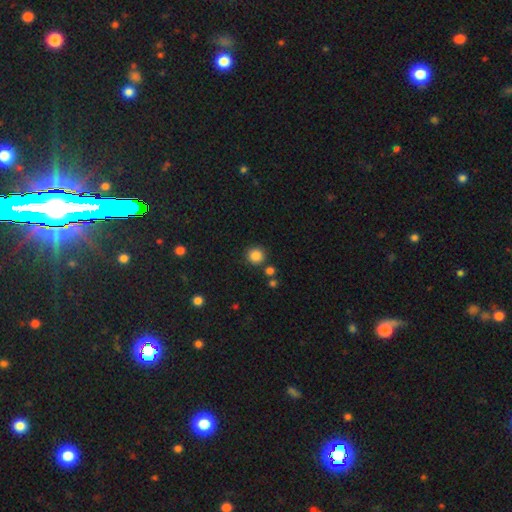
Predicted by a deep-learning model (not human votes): Smooth or featured? Predicted: smooth (p=0.85). How rounded? Predicted: round (p=0.94). Merging? Predicted: none (p=0.86).